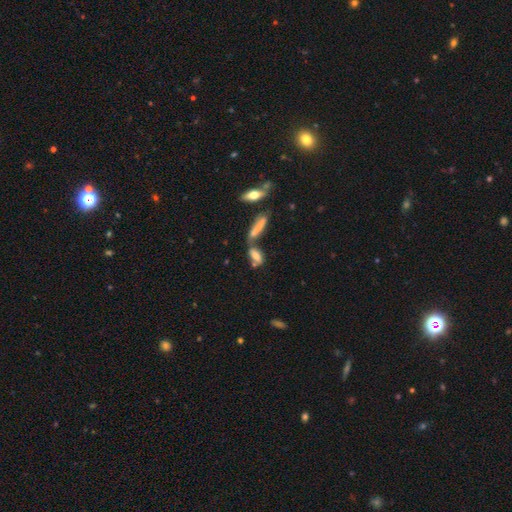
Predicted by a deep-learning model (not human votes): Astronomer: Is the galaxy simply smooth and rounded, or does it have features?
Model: smooth — 65%.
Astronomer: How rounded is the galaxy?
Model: in between — 62%.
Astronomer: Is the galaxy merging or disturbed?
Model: merger — 48% (runner-up: none, 34%).